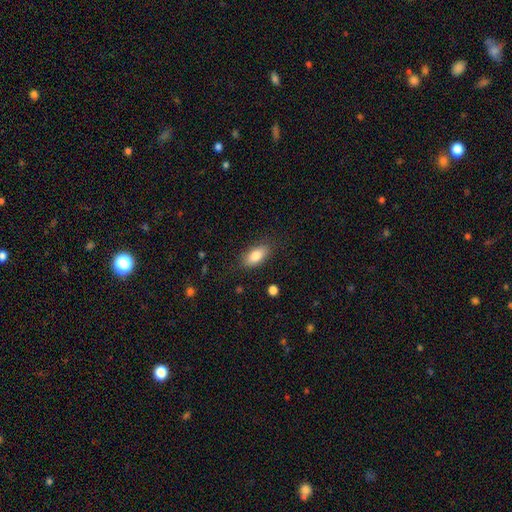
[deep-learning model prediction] smooth_or_featured: smooth (p=0.81) [alt: featured or disk p=0.12]
how_rounded: in between (p=0.86) [alt: cigar-shaped p=0.10]
merging: none (p=0.84) [alt: minor disturbance p=0.12]